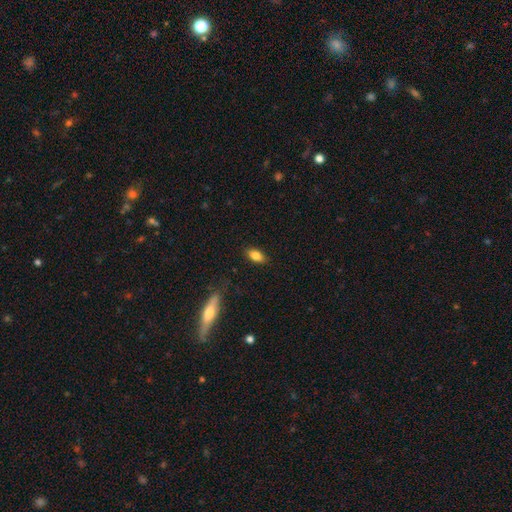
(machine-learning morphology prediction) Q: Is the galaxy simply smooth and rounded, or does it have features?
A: smooth — 80%.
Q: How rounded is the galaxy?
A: in between — 86%.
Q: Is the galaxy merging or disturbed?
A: none — 85%.